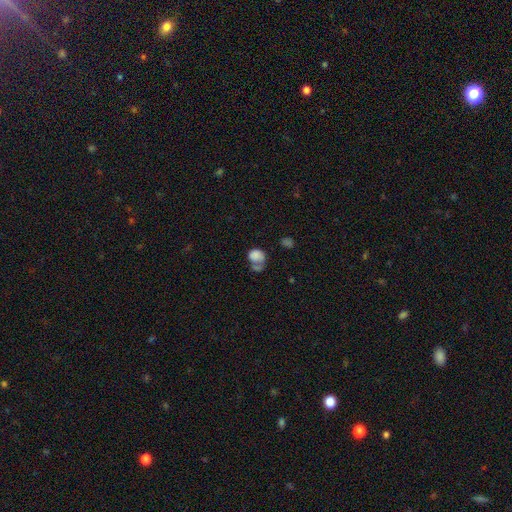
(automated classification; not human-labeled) Morphology: type=smooth (76%); roundness=round (57%); merging=merger (37%).